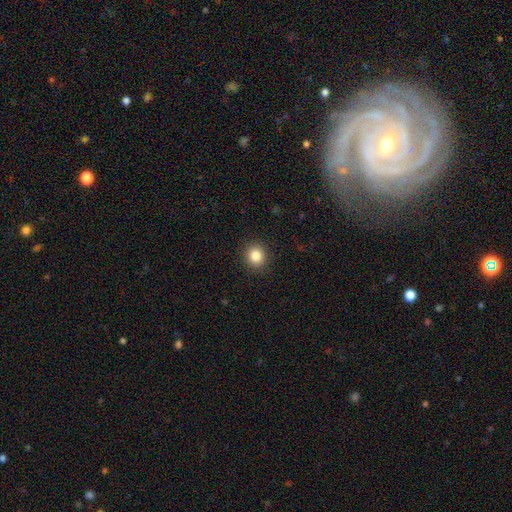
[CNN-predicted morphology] smooth 84%, star or artifact 11%, featured or disk 5%. Down the decision tree: how rounded — round (87%); merging — none (91%).